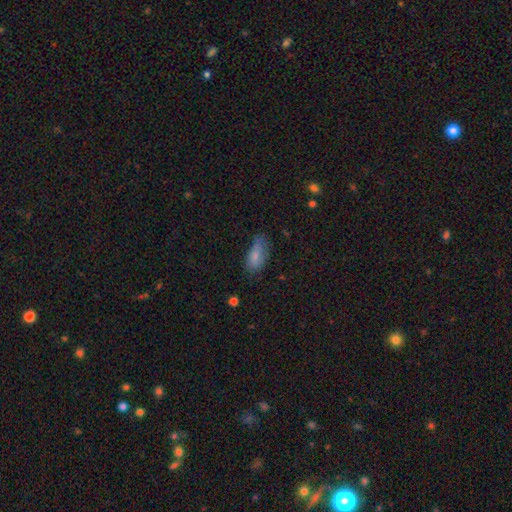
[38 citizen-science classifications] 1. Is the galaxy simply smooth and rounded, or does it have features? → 82% smooth, 13% featured or disk, 5% star or artifact.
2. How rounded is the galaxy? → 94% in between, 6% cigar-shaped, 0% round.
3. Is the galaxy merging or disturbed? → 42% minor disturbance, 39% none, 19% major disturbance, 0% merger.